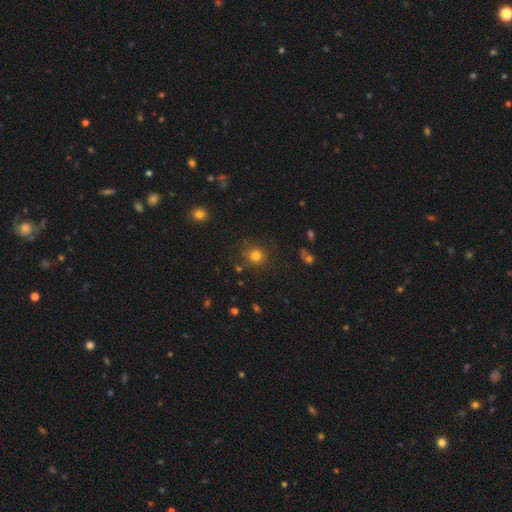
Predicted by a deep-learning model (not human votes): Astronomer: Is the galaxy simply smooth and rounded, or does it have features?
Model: smooth — 79%.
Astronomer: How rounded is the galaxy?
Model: round — 90%.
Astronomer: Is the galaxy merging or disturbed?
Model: none — 84%.